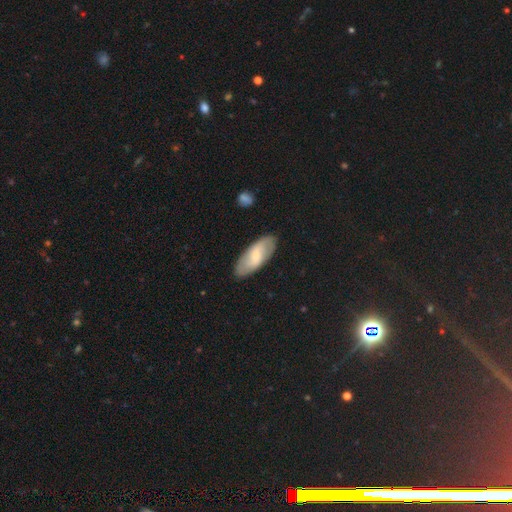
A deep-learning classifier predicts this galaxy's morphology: This is possibly a smooth galaxy (51%). How rounded: clearly in between (82%). Merging: clearly none (85%).